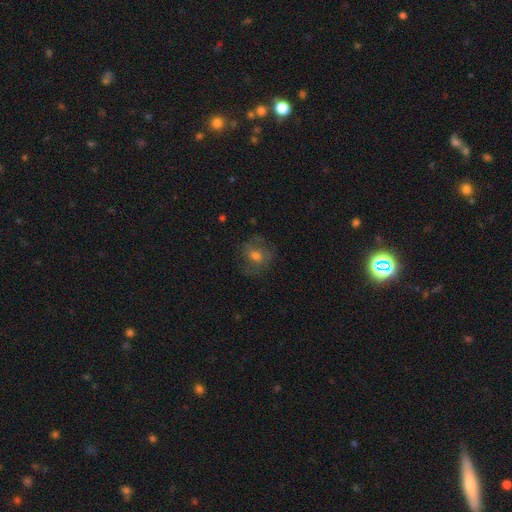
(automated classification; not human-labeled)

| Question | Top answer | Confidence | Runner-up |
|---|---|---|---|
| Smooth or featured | smooth | 46% | featured or disk (40%) |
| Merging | none | 67% | minor disturbance (19%) |